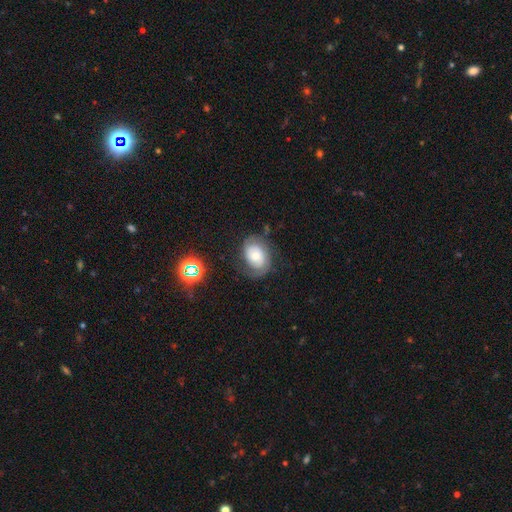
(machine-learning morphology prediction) A featured or disk galaxy (57%) with no bar (73%), spiral arms (83%) and a moderate central bulge (46%). Merging: none (61%).